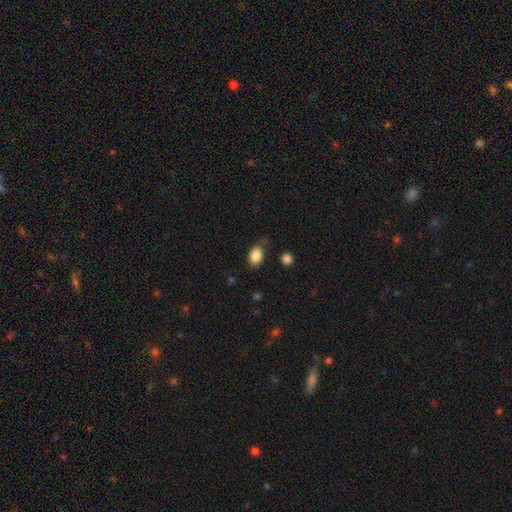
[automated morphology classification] Overall: smooth (85%). How rounded: in between (81%). Merging: none (65%).